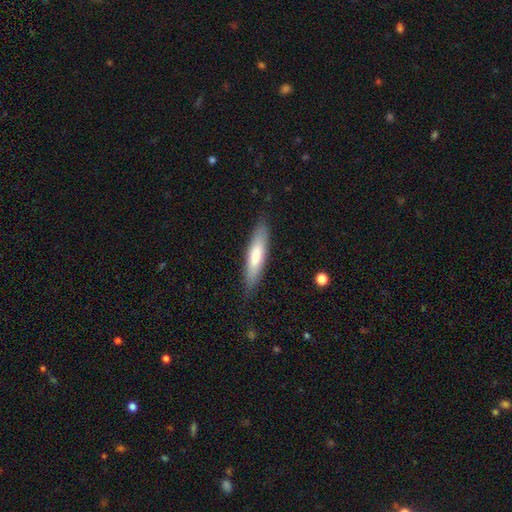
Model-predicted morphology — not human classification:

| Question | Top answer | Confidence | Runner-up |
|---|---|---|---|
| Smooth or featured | smooth | 70% | featured or disk (24%) |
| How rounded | cigar-shaped | 76% | in between (23%) |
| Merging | none | 85% | minor disturbance (12%) |